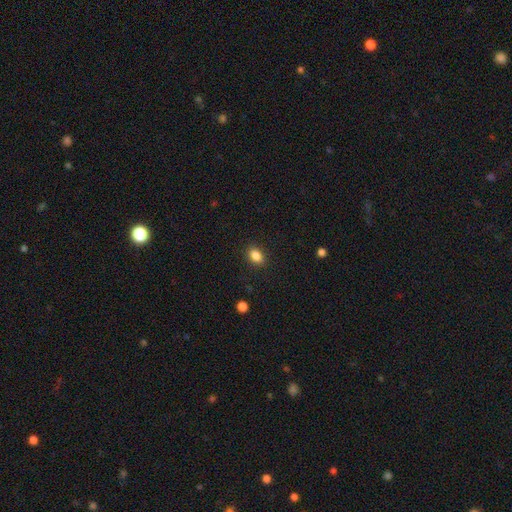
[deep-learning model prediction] Morphology: type=smooth (86%); roundness=in between (79%); merging=none (88%).